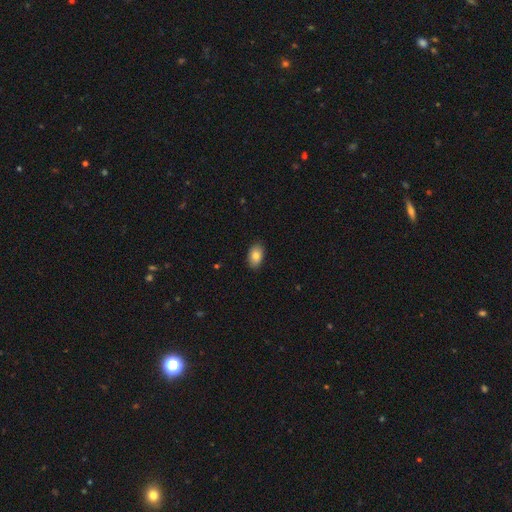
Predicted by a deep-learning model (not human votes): The model was most divided on "smooth or featured": smooth: 84%, featured or disk: 9%, star or artifact: 8%. More confident: how rounded — in between (91%); merging — none (87%).